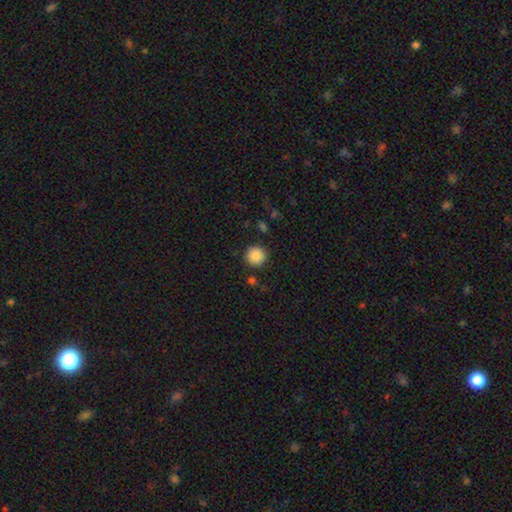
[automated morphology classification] smooth 88%, star or artifact 9%, featured or disk 4%. Down the decision tree: how rounded — round (95%); merging — none (89%).